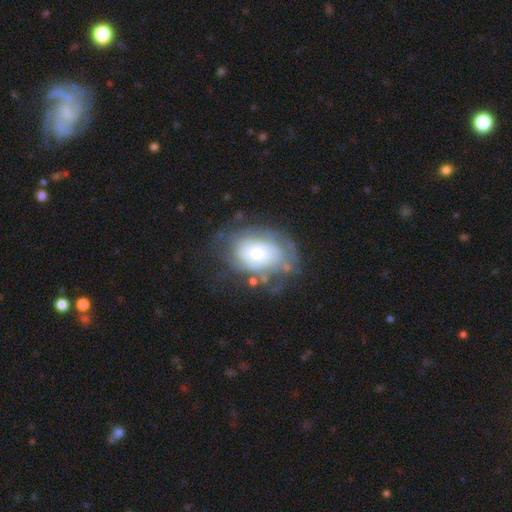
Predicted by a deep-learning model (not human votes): Q: Smooth or featured?
A: featured or disk (67%); runner-up: smooth (25%)
Q: Edge-on disk?
A: no (96%); runner-up: yes (4%)
Q: Bar?
A: no (80%); runner-up: weak (17%)
Q: Spiral arms?
A: yes (72%); runner-up: no (28%)
Q: Bulge size?
A: small (54%); runner-up: moderate (34%)
Q: Merging?
A: none (63%); runner-up: minor disturbance (21%)